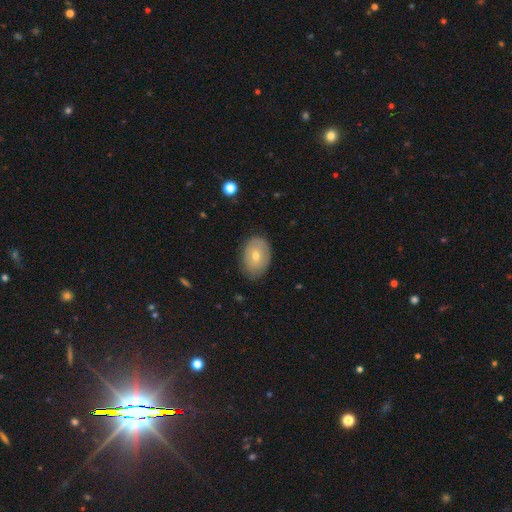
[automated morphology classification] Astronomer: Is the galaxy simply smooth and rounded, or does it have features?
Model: smooth — 53% (runner-up: featured or disk, 38%).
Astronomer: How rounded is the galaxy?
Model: in between — 82%.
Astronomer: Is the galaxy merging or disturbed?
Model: none — 81%.